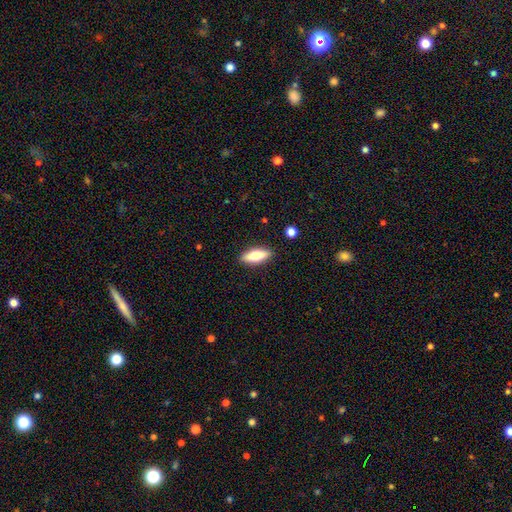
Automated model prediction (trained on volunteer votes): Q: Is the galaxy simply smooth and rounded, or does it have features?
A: smooth — 68%.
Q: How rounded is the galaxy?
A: in between — 63%.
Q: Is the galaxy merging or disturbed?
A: none — 88%.